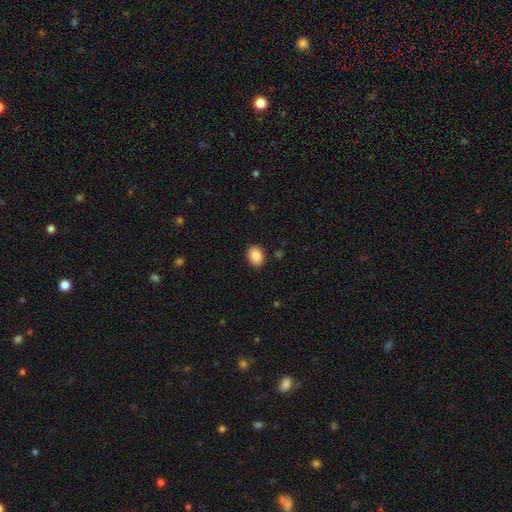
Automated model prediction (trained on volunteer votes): Morphology: type=smooth (89%); roundness=in between (65%); merging=none (89%).